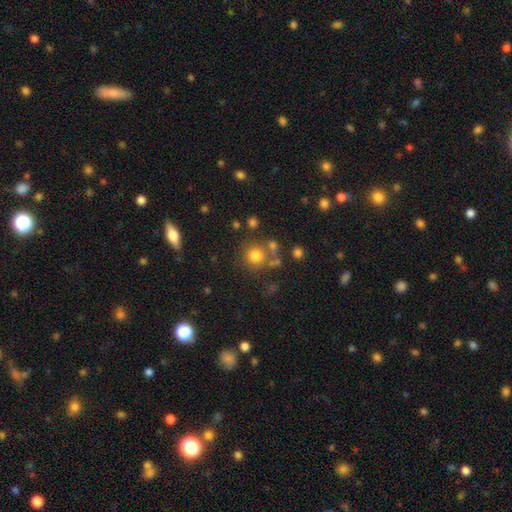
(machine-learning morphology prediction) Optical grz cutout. It shows a smooth galaxy with no disk features (76%) that is round (91%). Merging: none (66%).